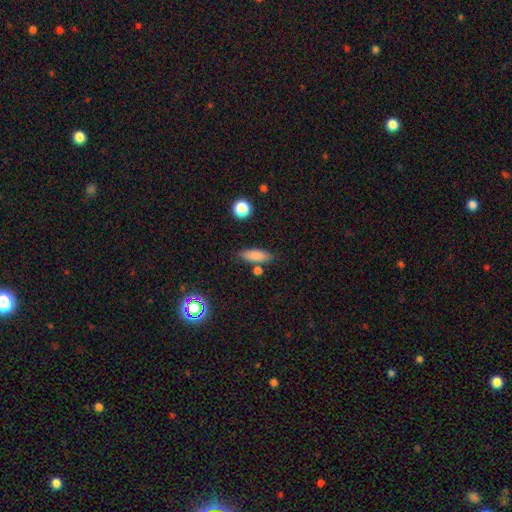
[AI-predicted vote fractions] Overall: smooth (83%). How rounded: in between (59%; cigar-shaped 37%). Merging: none (76%).